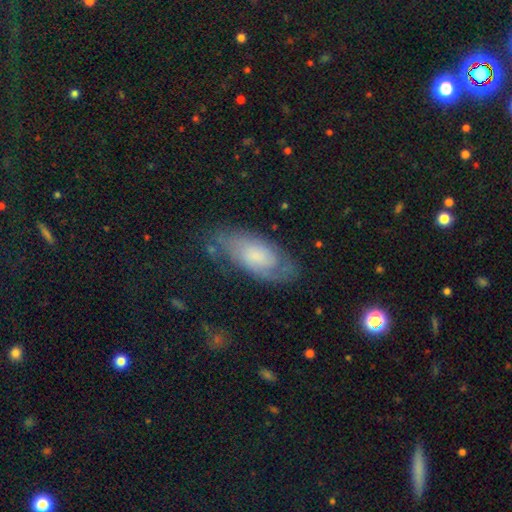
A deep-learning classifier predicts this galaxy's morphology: Smooth or featured?
  - featured or disk: 57% *
  - smooth: 34%
  - star or artifact: 9%
Edge-on disk?
  - no: 92% *
  - yes: 8%
Bar?
  - no: 70% *
  - weak: 26%
  - strong: 4%
Spiral arms?
  - yes: 85% *
  - no: 15%
Bulge size?
  - small: 34% *
  - moderate: 28%
  - none: 20%
  - large: 16%
  - dominant: 3%
Merging?
  - none: 66% *
  - minor disturbance: 22%
  - major disturbance: 9%
  - merger: 2%